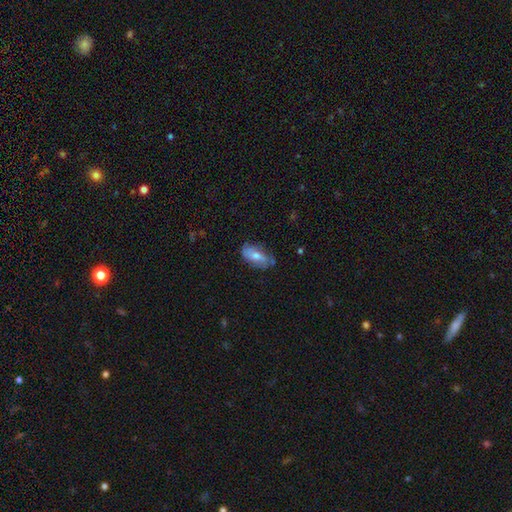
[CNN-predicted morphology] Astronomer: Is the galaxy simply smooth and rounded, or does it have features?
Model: smooth — 58% (runner-up: featured or disk, 35%).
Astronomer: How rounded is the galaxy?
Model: in between — 86%.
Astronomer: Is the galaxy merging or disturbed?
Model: none — 67%.